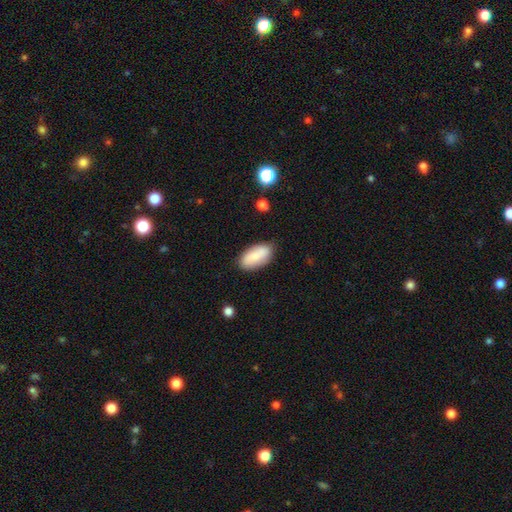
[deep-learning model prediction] A smooth galaxy with no disk features (74%) that is in between round and cigar-shaped (92%).

Vote fractions:
- Smooth or featured? smooth: 74% / featured or disk: 19% / star or artifact: 6%
- How rounded? in between: 92% / cigar-shaped: 5% / round: 3%
- Merging? none: 80% / minor disturbance: 15% / major disturbance: 3% / merger: 2%